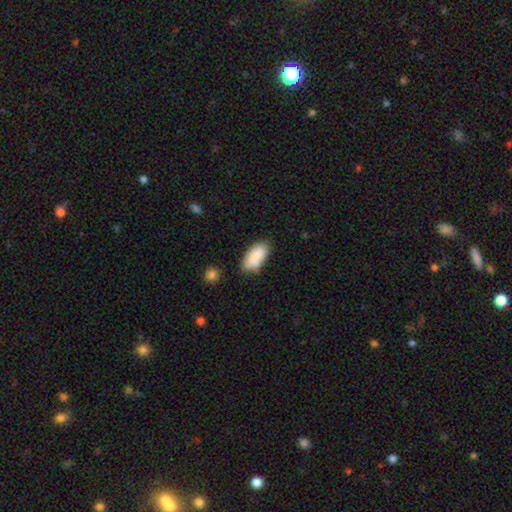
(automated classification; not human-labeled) smooth 85%, featured or disk 8%, star or artifact 7%. Down the decision tree: how rounded — in between (91%); merging — none (66%).